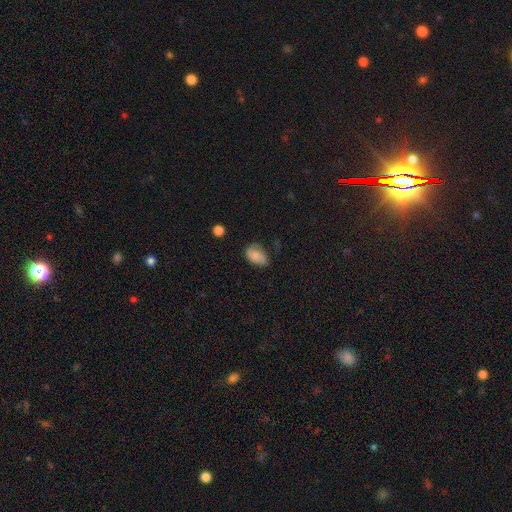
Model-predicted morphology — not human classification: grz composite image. It shows a smooth galaxy with no disk features (81%) that is in between round and cigar-shaped (90%). Merging: none (51%).